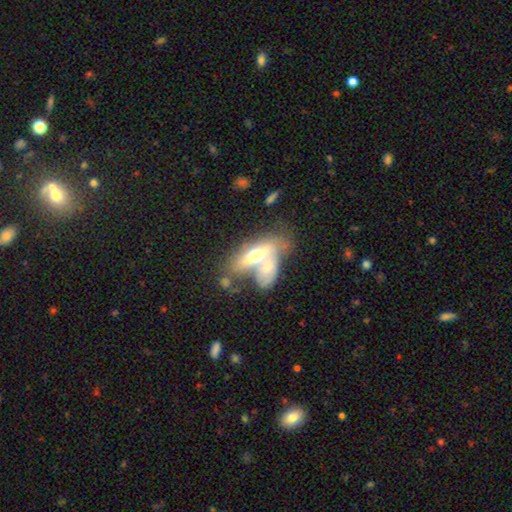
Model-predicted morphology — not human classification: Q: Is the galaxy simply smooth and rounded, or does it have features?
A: smooth — 48%.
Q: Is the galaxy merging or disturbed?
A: merger — 58%.